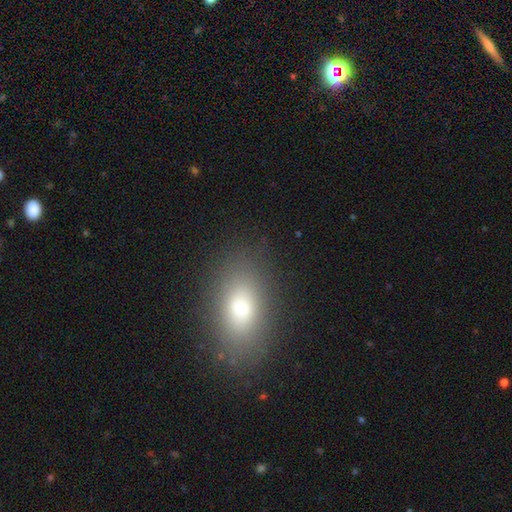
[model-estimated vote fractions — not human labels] smooth 75%, star or artifact 12%, featured or disk 12%. Down the decision tree: how rounded — in between (86%); merging — none (86%).